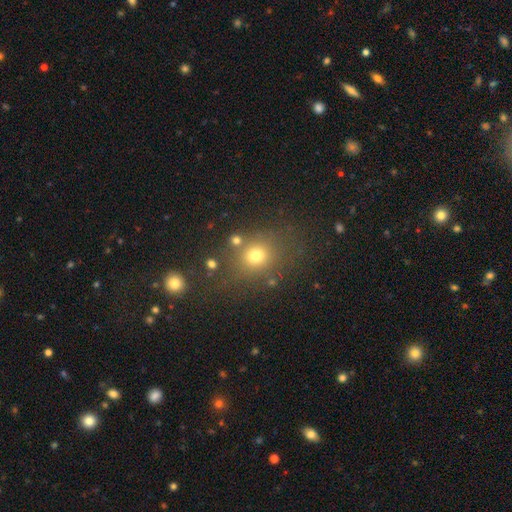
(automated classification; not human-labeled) A smooth galaxy with no disk features (71%) that is round (72%).

Vote fractions:
- Smooth or featured? smooth: 71% / star or artifact: 19% / featured or disk: 10%
- How rounded? round: 72% / in between: 27% / cigar-shaped: 1%
- Merging? none: 75% / minor disturbance: 12% / merger: 7% / major disturbance: 6%